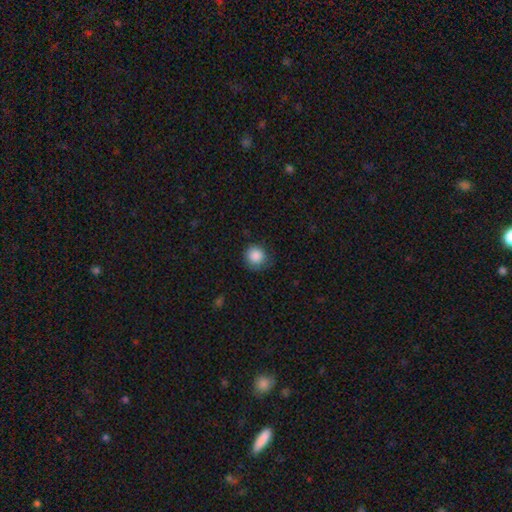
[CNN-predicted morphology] This is clearly a smooth galaxy (87%). How rounded: clearly round (91%). Merging: likely none (77%).